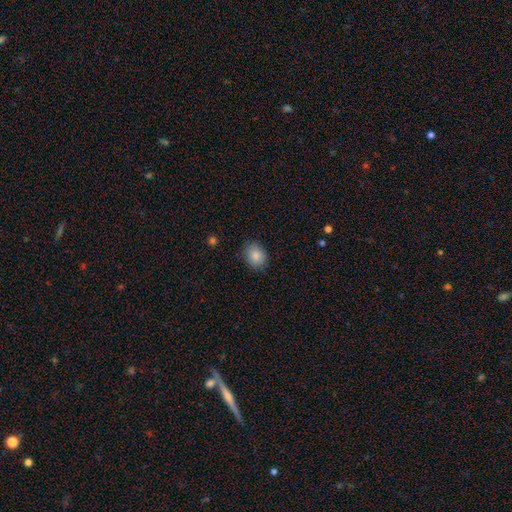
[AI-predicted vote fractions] Q: Smooth or featured?
A: smooth (86%); runner-up: star or artifact (8%)
Q: How rounded?
A: in between (52%); runner-up: round (47%)
Q: Merging?
A: none (84%); runner-up: minor disturbance (13%)